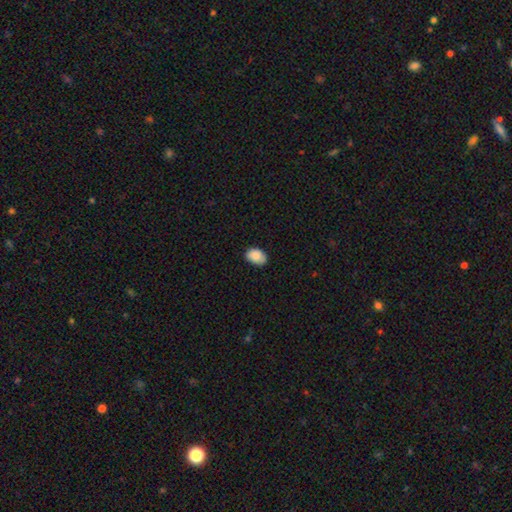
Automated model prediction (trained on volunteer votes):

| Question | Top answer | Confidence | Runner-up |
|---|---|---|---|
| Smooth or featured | smooth | 89% | star or artifact (7%) |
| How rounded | in between | 84% | round (15%) |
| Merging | none | 81% | minor disturbance (15%) |